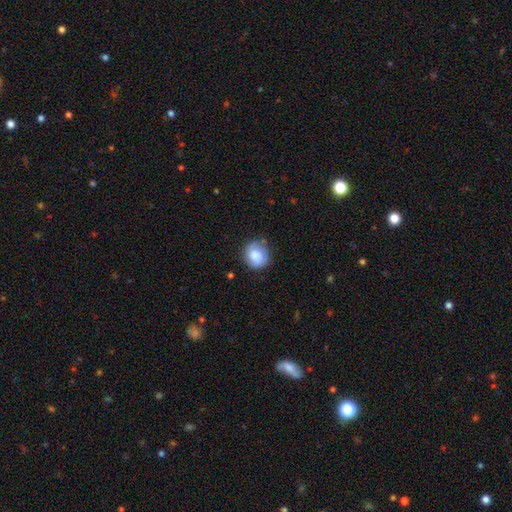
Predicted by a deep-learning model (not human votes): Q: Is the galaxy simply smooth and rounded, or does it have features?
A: smooth — 80%.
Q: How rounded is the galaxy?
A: round — 80%.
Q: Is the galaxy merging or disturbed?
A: none — 74%.